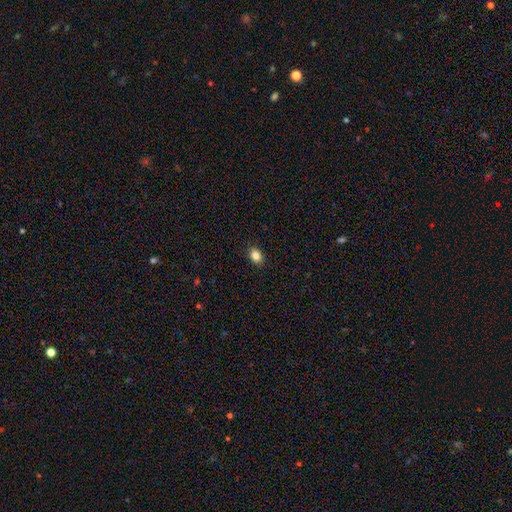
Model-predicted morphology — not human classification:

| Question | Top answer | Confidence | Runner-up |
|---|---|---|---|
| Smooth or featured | smooth | 84% | star or artifact (11%) |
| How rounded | in between | 64% | round (35%) |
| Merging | none | 90% | minor disturbance (7%) |